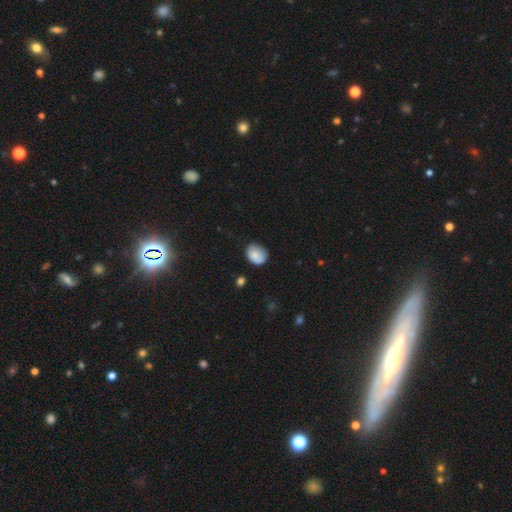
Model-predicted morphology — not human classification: smooth-or-featured: smooth: 81% | featured or disk: 11% | star or artifact: 8%
  how-rounded: round: 52% | in between: 48% | cigar-shaped: 1%
  merging: none: 63% | minor disturbance: 29% | major disturbance: 6% | merger: 2%